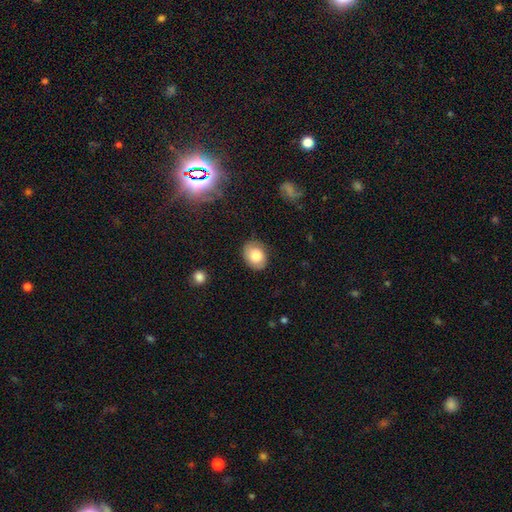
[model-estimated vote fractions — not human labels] The model was most divided on "how rounded": in between: 61%, round: 38%, cigar-shaped: 1%. More confident: merging — none (80%); smooth or featured — smooth (78%).